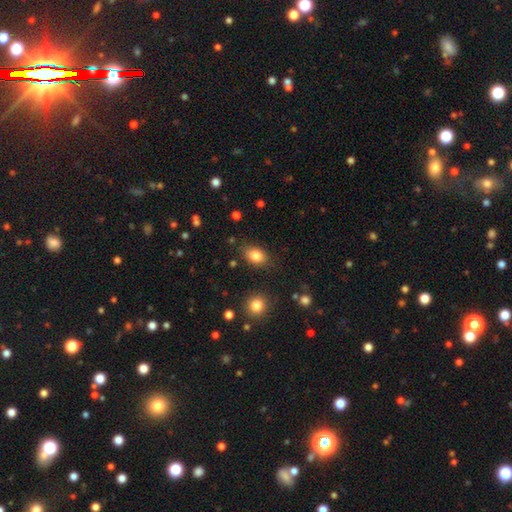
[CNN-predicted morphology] This appears to be a smooth galaxy with no disk features (84%) that is in between round and cigar-shaped (81%). Merging: none (80%).